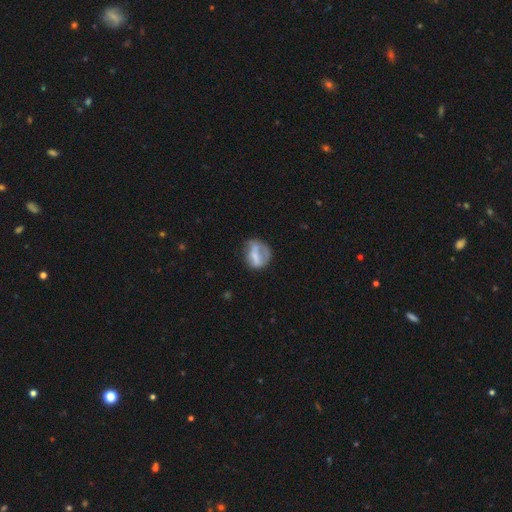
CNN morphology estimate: Q: Smooth or featured?
A: smooth (55%); runner-up: featured or disk (37%)
Q: How rounded?
A: round (56%); runner-up: in between (40%)
Q: Merging?
A: none (43%); runner-up: minor disturbance (28%)